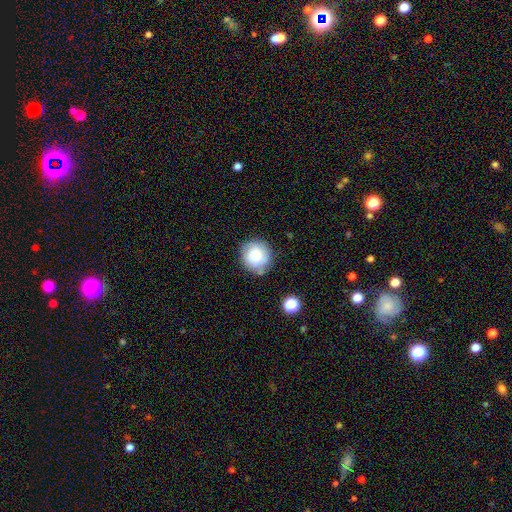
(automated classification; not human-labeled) A smooth galaxy with no disk features (79%) that is round (90%). Merging: none (76%).